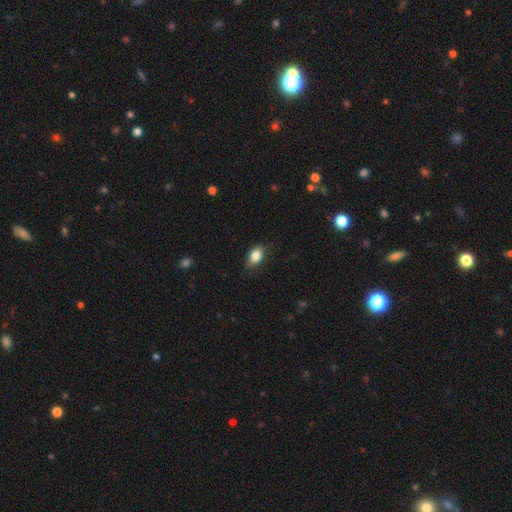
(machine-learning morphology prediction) smooth 84%, featured or disk 8%, star or artifact 8%. Down the decision tree: how rounded — in between (85%); merging — none (79%).